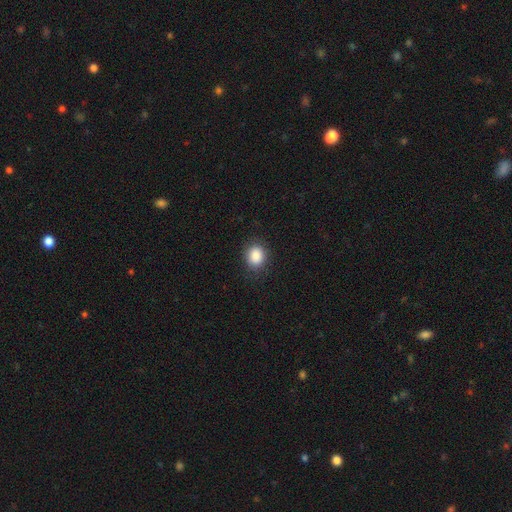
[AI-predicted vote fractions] Smooth or featured: smooth — 88% (star or artifact — 8%)
How rounded: round — 56% (in between — 43%)
Merging: none — 86% (minor disturbance — 10%)